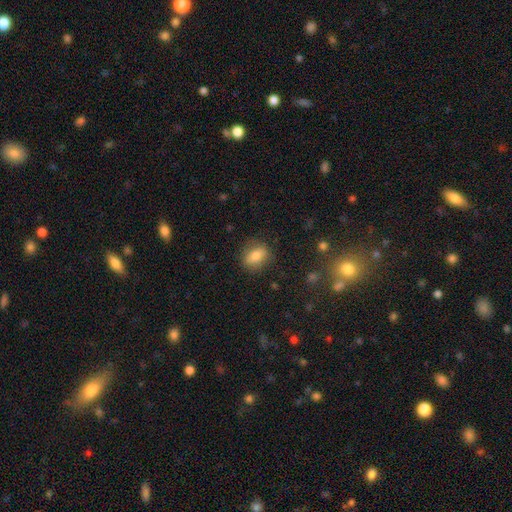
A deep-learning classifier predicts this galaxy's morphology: This is likely a smooth galaxy (76%). How rounded: likely in between (64%). Merging: clearly none (81%).